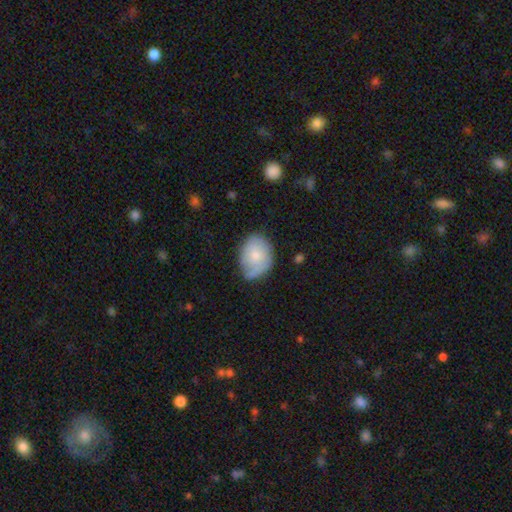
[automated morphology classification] Smooth or featured?
  - smooth: 63% *
  - featured or disk: 30%
  - star or artifact: 7%
How rounded?
  - in between: 65% *
  - round: 34%
  - cigar-shaped: 1%
Merging?
  - none: 51% *
  - minor disturbance: 36%
  - major disturbance: 11%
  - merger: 3%